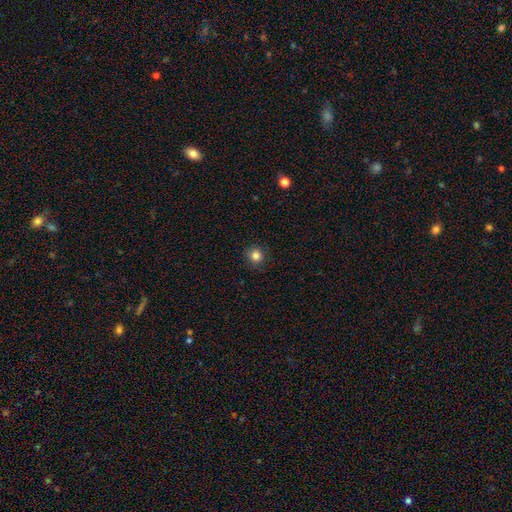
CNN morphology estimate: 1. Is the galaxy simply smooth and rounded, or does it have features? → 83% smooth, 12% star or artifact, 5% featured or disk.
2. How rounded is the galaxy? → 90% round, 9% in between, 1% cigar-shaped.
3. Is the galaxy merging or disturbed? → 89% none, 8% minor disturbance, 2% major disturbance, 1% merger.